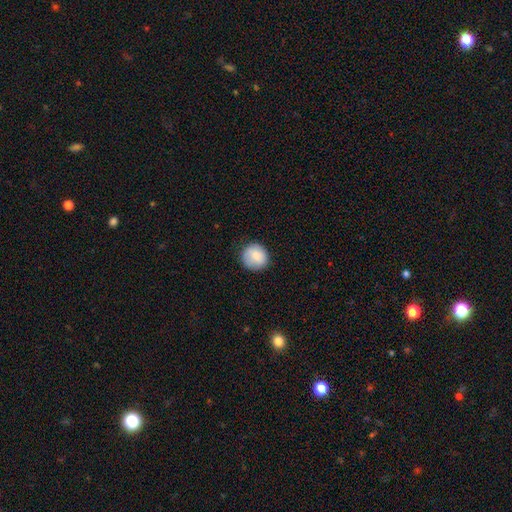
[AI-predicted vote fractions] Smooth or featured: smooth — 82% (featured or disk — 10%)
How rounded: round — 91% (in between — 8%)
Merging: none — 85% (minor disturbance — 11%)